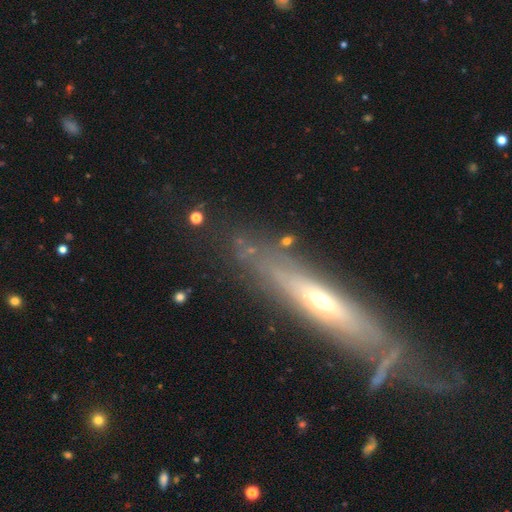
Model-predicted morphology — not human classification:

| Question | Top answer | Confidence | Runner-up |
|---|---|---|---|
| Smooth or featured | featured or disk | 65% | smooth (26%) |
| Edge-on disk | yes | 62% | no (38%) |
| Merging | none | 73% | minor disturbance (14%) |